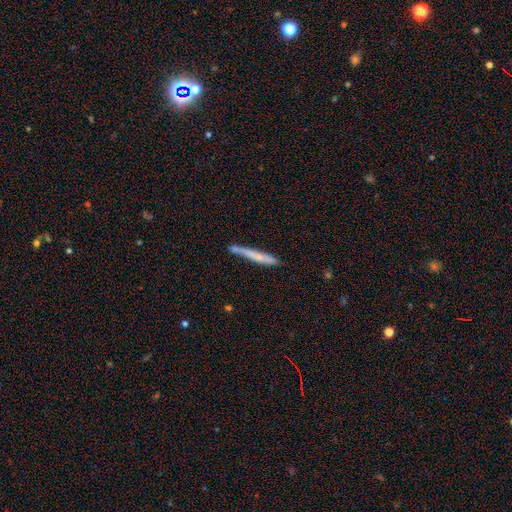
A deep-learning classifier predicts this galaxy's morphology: Q: Smooth or featured?
A: smooth (58%); runner-up: featured or disk (36%)
Q: How rounded?
A: cigar-shaped (96%); runner-up: in between (3%)
Q: Merging?
A: none (72%); runner-up: minor disturbance (18%)